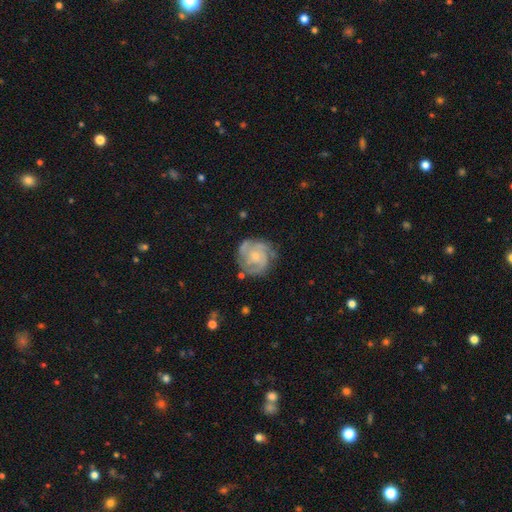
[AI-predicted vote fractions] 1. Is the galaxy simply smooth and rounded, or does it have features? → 80% featured or disk, 15% smooth, 6% star or artifact.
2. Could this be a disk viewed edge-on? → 98% no, 2% yes.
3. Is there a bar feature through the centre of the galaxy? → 74% no, 23% weak, 4% strong.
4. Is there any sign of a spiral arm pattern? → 93% yes, 7% no.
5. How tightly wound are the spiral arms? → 57% tight, 35% medium, 8% loose.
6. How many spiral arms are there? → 35% 3, 23% 2, 22% can't tell, 10% 4, 5% 1, 5% more than 4.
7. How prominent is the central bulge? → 63% small, 28% moderate, 6% none, 2% large, 1% dominant.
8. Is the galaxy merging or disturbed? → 73% none, 18% minor disturbance, 7% major disturbance, 2% merger.